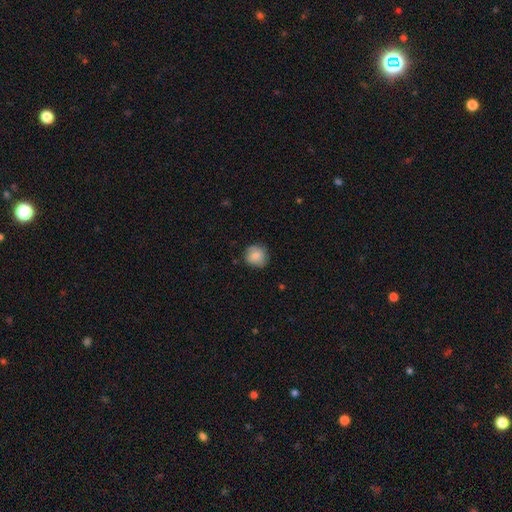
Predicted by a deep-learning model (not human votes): Smooth or featured? Predicted: smooth (p=0.82). How rounded? Predicted: round (p=0.88). Merging? Predicted: none (p=0.78).